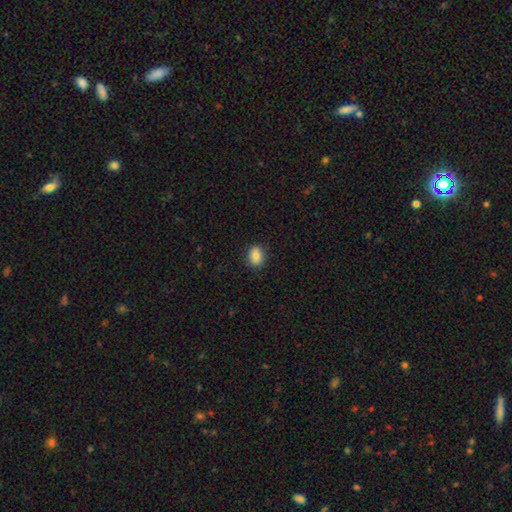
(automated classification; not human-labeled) The model was most divided on "how rounded": round: 50%, in between: 49%, cigar-shaped: 1%. More confident: merging — none (87%); smooth or featured — smooth (83%).